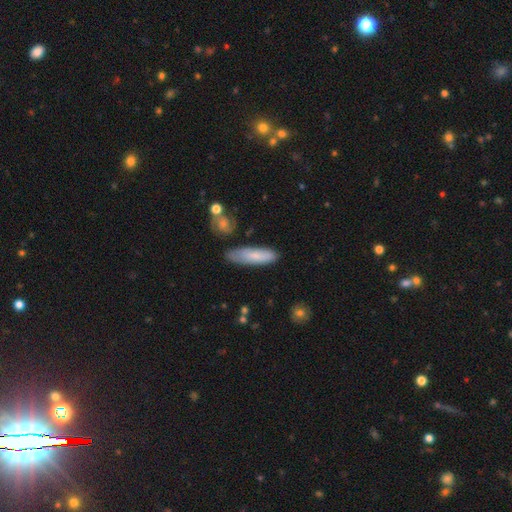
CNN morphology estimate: type=smooth (77%); roundness=cigar-shaped (64%); merging=none (74%).